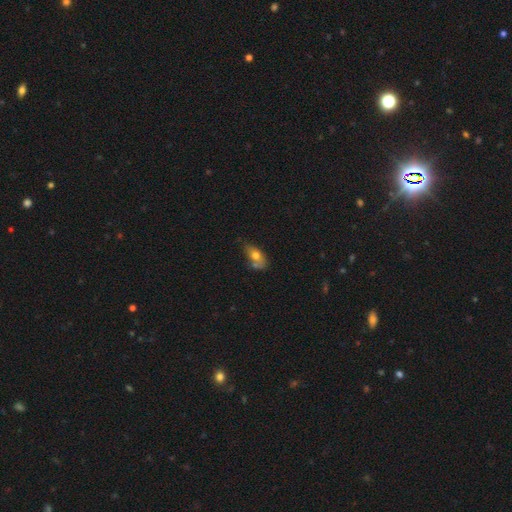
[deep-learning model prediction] Q: Smooth or featured?
A: smooth (69%); runner-up: featured or disk (23%)
Q: How rounded?
A: in between (82%); runner-up: round (12%)
Q: Merging?
A: none (39%); runner-up: merger (27%)